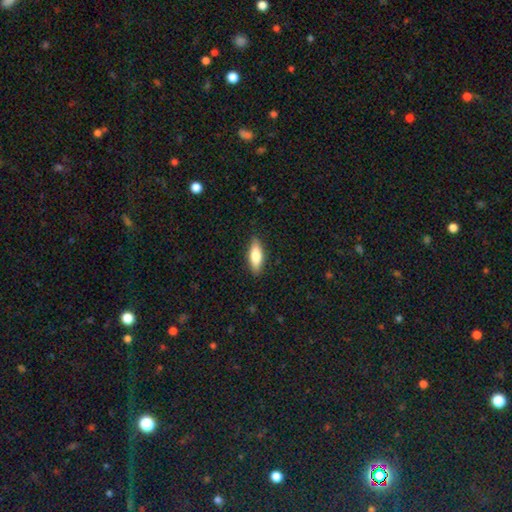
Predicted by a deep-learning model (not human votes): Smooth or featured?
  - smooth: 74% *
  - featured or disk: 20%
  - star or artifact: 6%
How rounded?
  - in between: 62% *
  - cigar-shaped: 36%
  - round: 2%
Merging?
  - none: 88% *
  - minor disturbance: 9%
  - major disturbance: 2%
  - merger: 1%